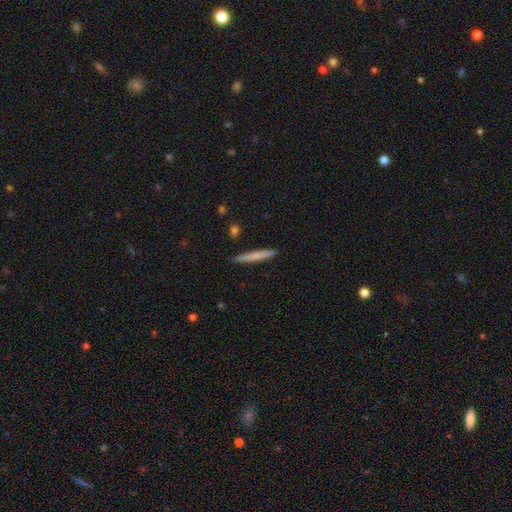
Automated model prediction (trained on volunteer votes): This is likely a smooth galaxy (71%). How rounded: clearly cigar-shaped (96%). Merging: clearly none (91%).